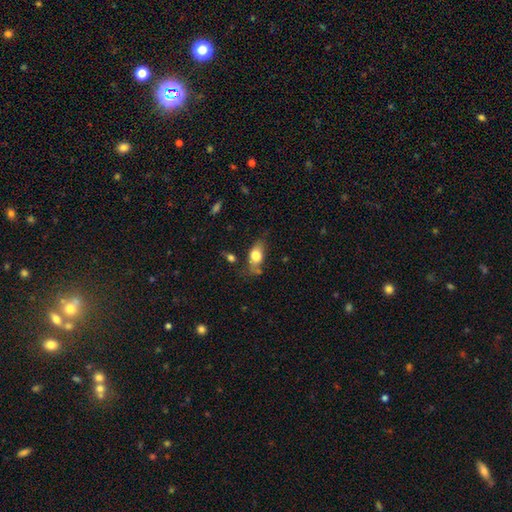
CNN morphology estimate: The model was most divided on "merging": none: 54%, minor disturbance: 29%, major disturbance: 10%, merger: 6%. More confident: how rounded — in between (82%); smooth or featured — smooth (72%).